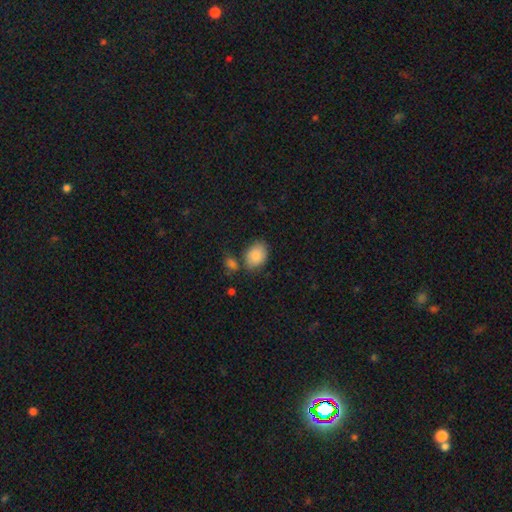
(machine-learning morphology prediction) Smooth or featured?
  - smooth: 86% *
  - star or artifact: 7%
  - featured or disk: 7%
How rounded?
  - in between: 74% *
  - round: 25%
  - cigar-shaped: 1%
Merging?
  - none: 62% *
  - minor disturbance: 20%
  - merger: 12%
  - major disturbance: 6%